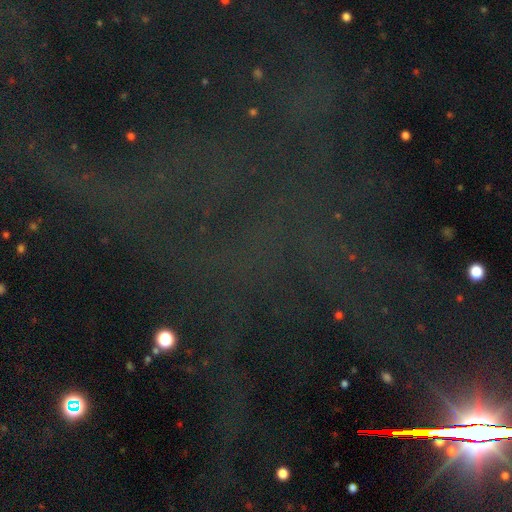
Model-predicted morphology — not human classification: This is likely a star or artifact rather than a galaxy (77%).